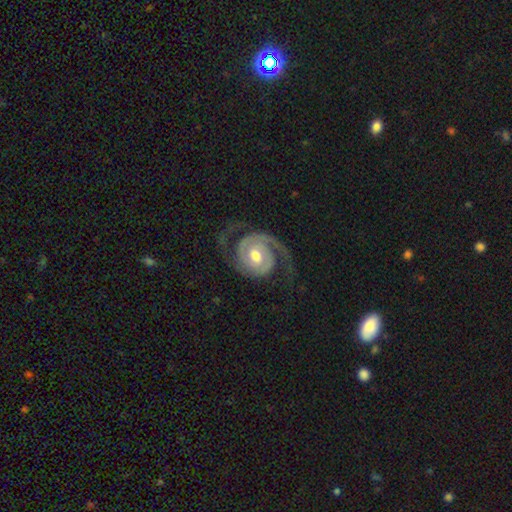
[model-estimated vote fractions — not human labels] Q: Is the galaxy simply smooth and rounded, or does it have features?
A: featured or disk — 91%.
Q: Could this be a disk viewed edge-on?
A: no — 98%.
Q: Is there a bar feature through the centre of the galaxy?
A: no — 56%.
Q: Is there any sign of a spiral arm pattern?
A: yes — 98%.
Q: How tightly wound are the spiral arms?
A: medium — 43%.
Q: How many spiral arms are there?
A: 2 — 91%.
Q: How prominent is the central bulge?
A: moderate — 75%.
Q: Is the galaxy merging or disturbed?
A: none — 74%.